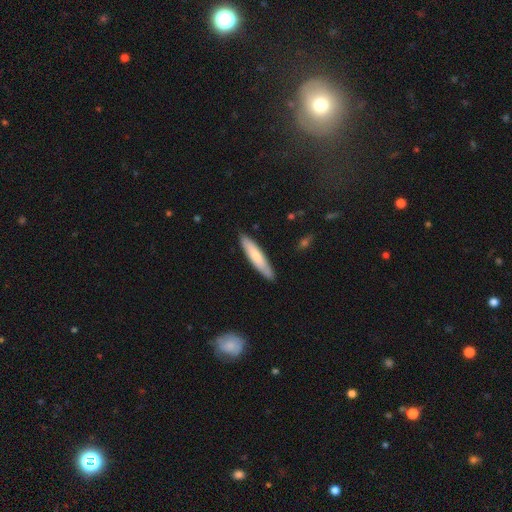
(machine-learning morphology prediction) A smooth galaxy with no disk features (70%) that is cigar-shaped (83%).

Vote fractions:
- Smooth or featured? smooth: 70% / featured or disk: 25% / star or artifact: 5%
- How rounded? cigar-shaped: 83% / in between: 16% / round: 1%
- Merging? none: 86% / minor disturbance: 11% / major disturbance: 2% / merger: 1%